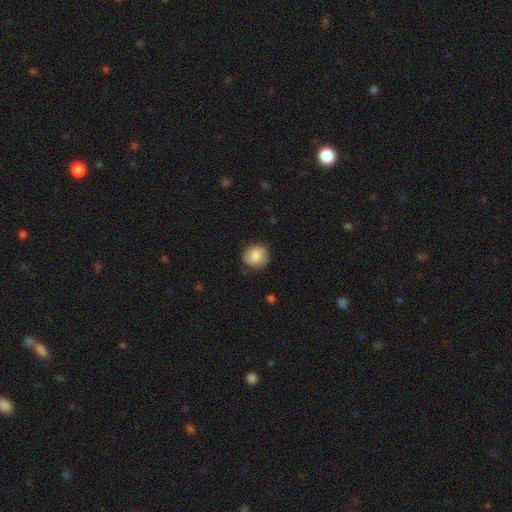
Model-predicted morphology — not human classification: This appears to be a smooth galaxy with no disk features (75%) that is round (86%). Merging: none (81%).